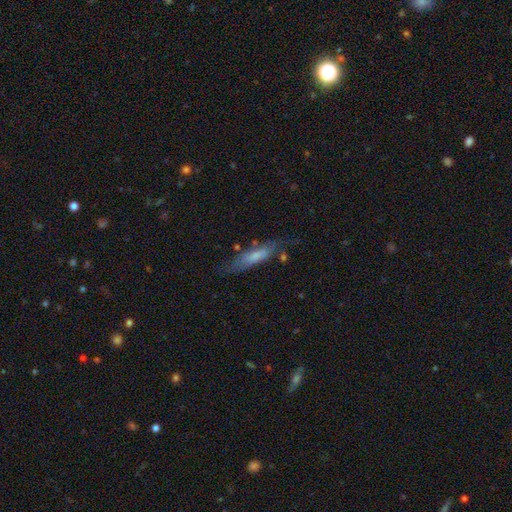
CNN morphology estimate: Overall: smooth (60%; featured or disk 33%). How rounded: cigar-shaped (69%). Merging: none (58%; minor disturbance 25%).